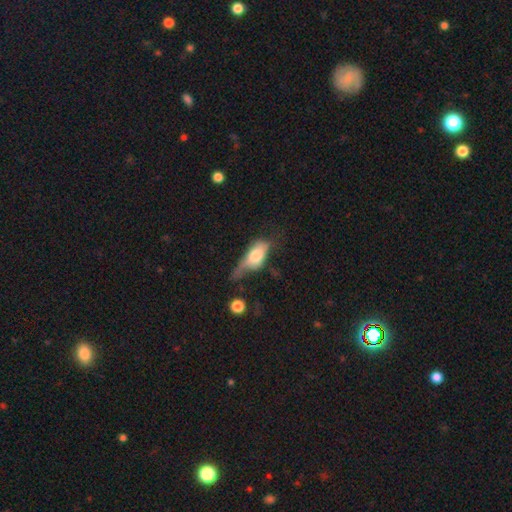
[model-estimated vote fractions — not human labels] smooth-or-featured: smooth: 63% | featured or disk: 29% | star or artifact: 8%
  how-rounded: in between: 82% | cigar-shaped: 12% | round: 6%
  merging: major disturbance: 38% | minor disturbance: 32% | none: 22% | merger: 8%